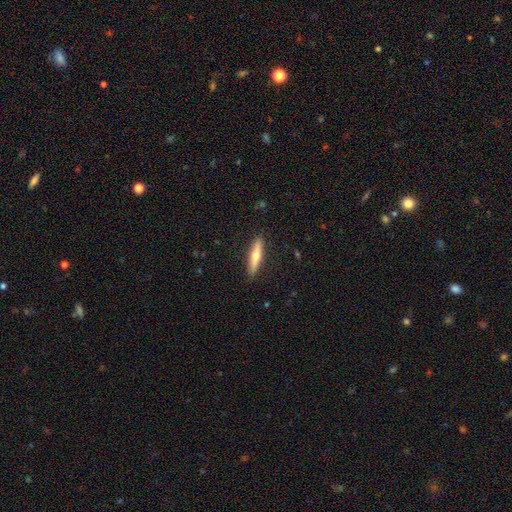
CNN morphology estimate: Smooth or featured?
  - smooth: 52% *
  - featured or disk: 42%
  - star or artifact: 6%
How rounded?
  - cigar-shaped: 85% *
  - in between: 14%
  - round: 2%
Merging?
  - none: 90% *
  - minor disturbance: 7%
  - major disturbance: 2%
  - merger: 1%